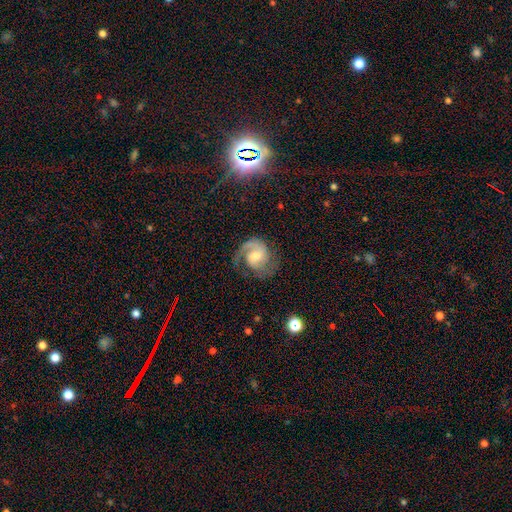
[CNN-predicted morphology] This appears to be a featured or disk galaxy (85%) with no bar (49%), 2 (71%) medium (52%) spiral arms (97%) and a moderate central bulge (50%). Merging: none (70%).